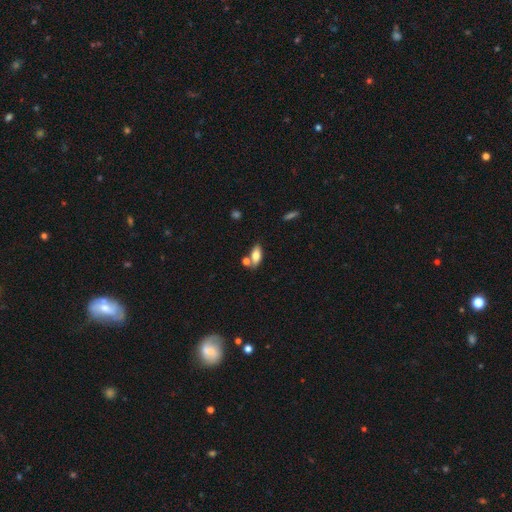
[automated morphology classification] Smooth or featured: smooth — 74% (featured or disk — 18%)
How rounded: in between — 84% (cigar-shaped — 13%)
Merging: none — 60% (merger — 23%)